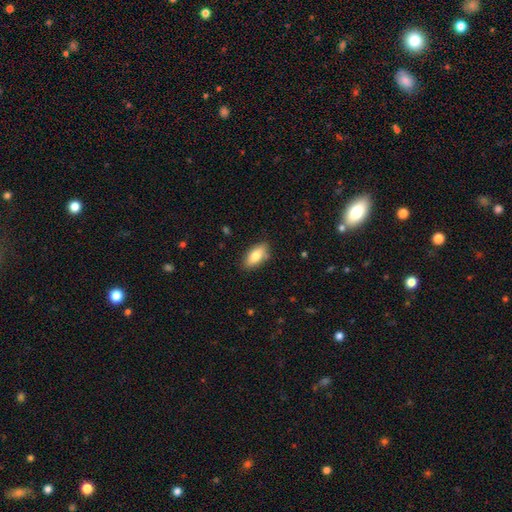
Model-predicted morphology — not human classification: Smooth or featured: smooth — 78% (featured or disk — 15%)
How rounded: in between — 88% (cigar-shaped — 9%)
Merging: none — 83% (minor disturbance — 13%)